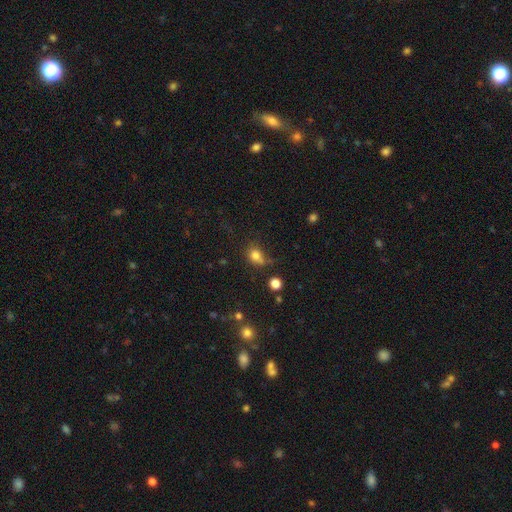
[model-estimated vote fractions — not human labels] smooth_or_featured: smooth (p=0.78) [alt: star or artifact p=0.15]
how_rounded: round (p=0.69) [alt: in between p=0.30]
merging: none (p=0.53) [alt: minor disturbance p=0.22]